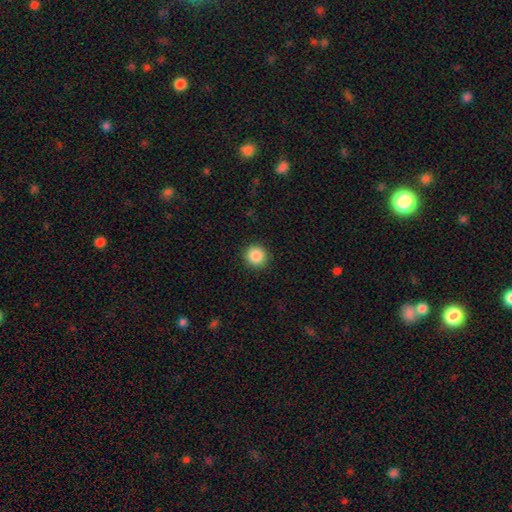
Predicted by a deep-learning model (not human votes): A smooth galaxy with no disk features (87%) that is round (93%).

Vote fractions:
- Smooth or featured? smooth: 87% / star or artifact: 9% / featured or disk: 3%
- How rounded? round: 93% / in between: 6% / cigar-shaped: 1%
- Merging? none: 92% / minor disturbance: 5% / major disturbance: 2% / merger: 1%